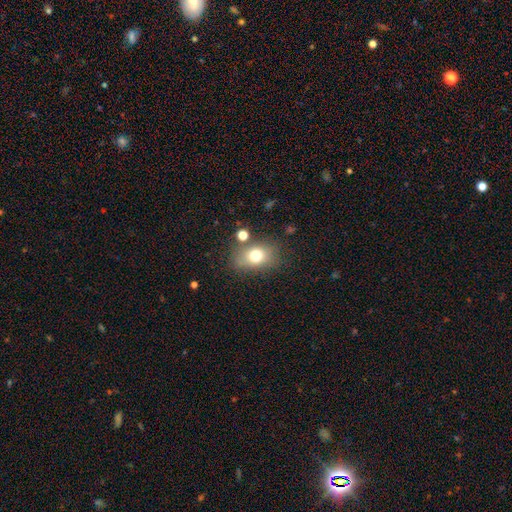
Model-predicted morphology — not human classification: Overall: smooth (73%). How rounded: in between (69%; round 29%). Merging: none (71%).